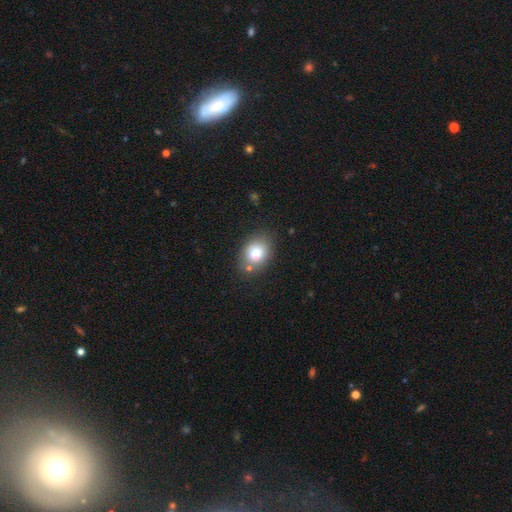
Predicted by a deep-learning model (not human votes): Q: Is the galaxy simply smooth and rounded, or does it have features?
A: smooth — 75%.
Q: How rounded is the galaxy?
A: in between — 58%.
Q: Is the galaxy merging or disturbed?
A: none — 75%.